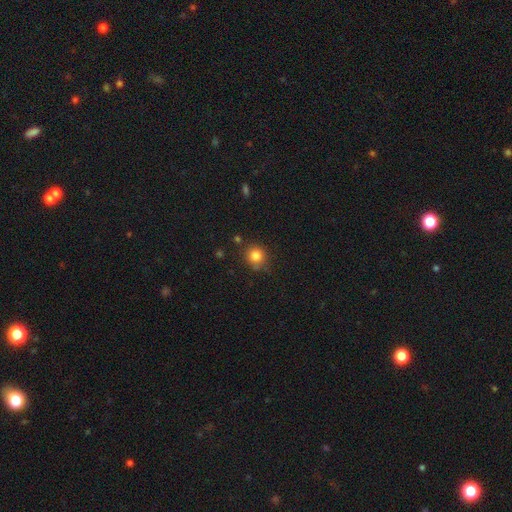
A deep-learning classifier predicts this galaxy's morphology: A smooth galaxy with no disk features (83%) that is round (88%).

Vote fractions:
- Smooth or featured? smooth: 83% / star or artifact: 11% / featured or disk: 6%
- How rounded? round: 88% / in between: 11% / cigar-shaped: 1%
- Merging? none: 76% / minor disturbance: 15% / merger: 5% / major disturbance: 4%